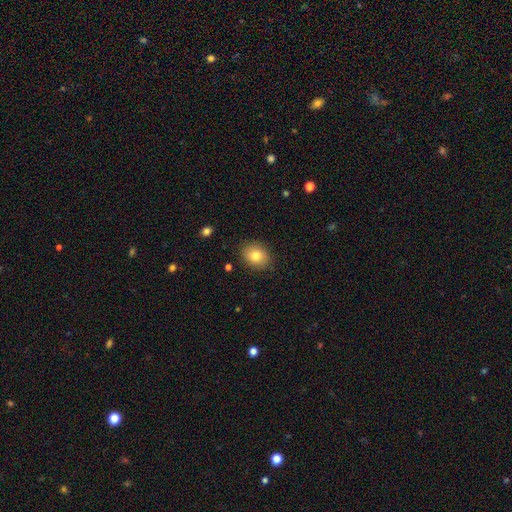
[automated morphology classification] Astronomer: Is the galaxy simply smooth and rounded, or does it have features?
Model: smooth — 80%.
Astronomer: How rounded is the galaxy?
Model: round — 54% (runner-up: in between, 45%).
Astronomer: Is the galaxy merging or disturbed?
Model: none — 88%.